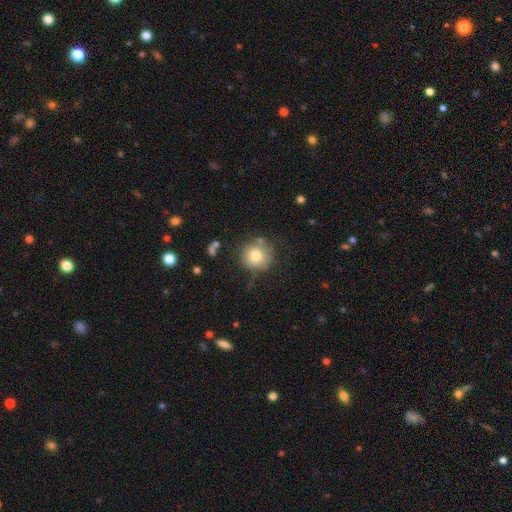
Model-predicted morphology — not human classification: Overall: smooth (78%). How rounded: round (92%). Merging: none (71%).